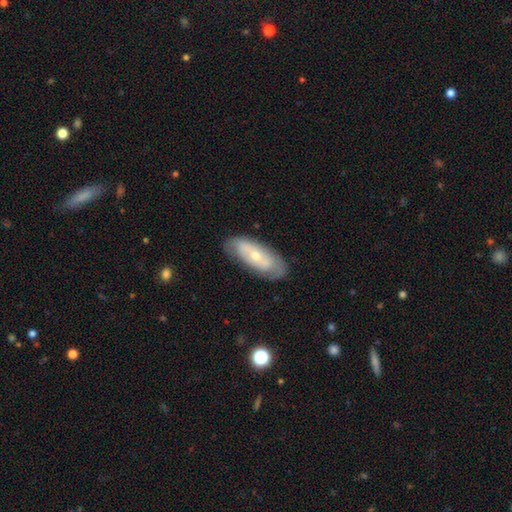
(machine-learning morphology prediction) Q: Smooth or featured?
A: featured or disk (53%); runner-up: smooth (40%)
Q: Edge-on disk?
A: no (84%); runner-up: yes (16%)
Q: Merging?
A: none (75%); runner-up: minor disturbance (18%)